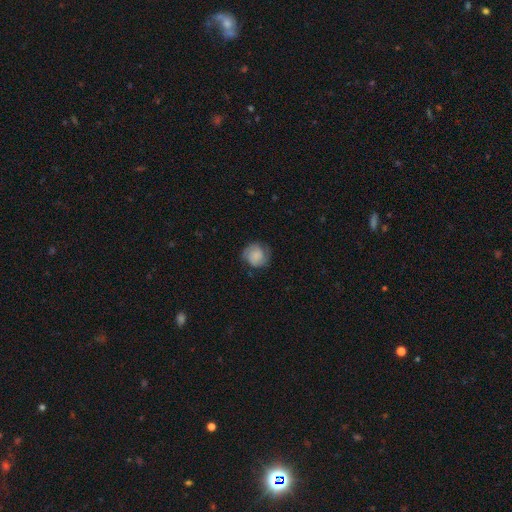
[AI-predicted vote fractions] A smooth galaxy with no disk features (56%) that is round (85%).

Vote fractions:
- Smooth or featured? smooth: 56% / featured or disk: 35% / star or artifact: 9%
- How rounded? round: 85% / in between: 14% / cigar-shaped: 1%
- Merging? none: 73% / minor disturbance: 19% / major disturbance: 7% / merger: 1%